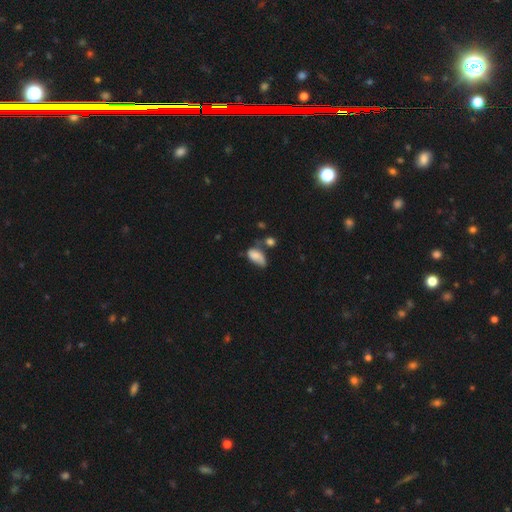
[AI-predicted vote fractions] A smooth galaxy with no disk features (76%) that is in between round and cigar-shaped (92%).

Vote fractions:
- Smooth or featured? smooth: 76% / featured or disk: 15% / star or artifact: 9%
- How rounded? in between: 92% / round: 5% / cigar-shaped: 3%
- Merging? minor disturbance: 34% / none: 31% / major disturbance: 18% / merger: 16%